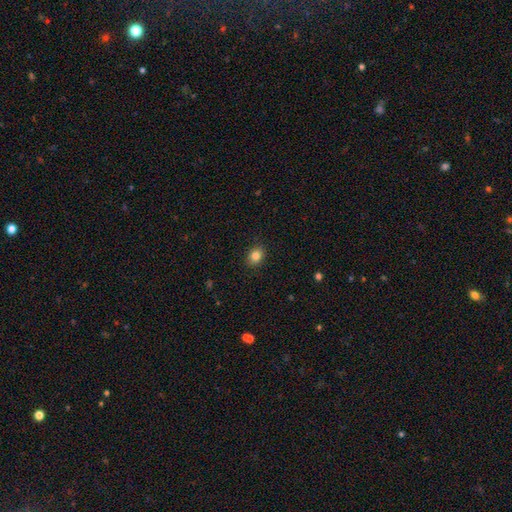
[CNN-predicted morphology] Smooth or featured?
  - smooth: 84% *
  - star or artifact: 10%
  - featured or disk: 6%
How rounded?
  - in between: 54% *
  - round: 46%
  - cigar-shaped: 1%
Merging?
  - none: 89% *
  - minor disturbance: 8%
  - major disturbance: 2%
  - merger: 1%